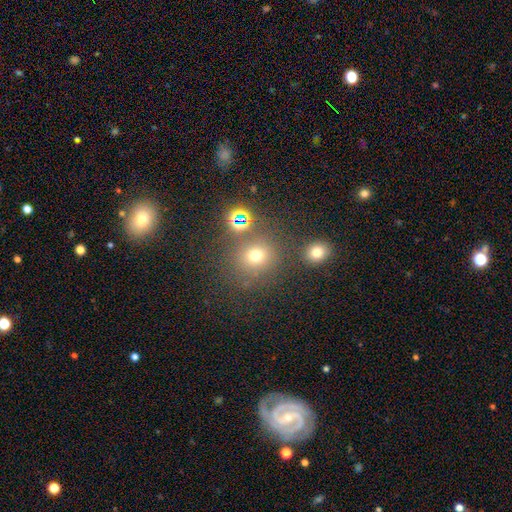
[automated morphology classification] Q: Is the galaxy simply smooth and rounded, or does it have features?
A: smooth — 68%.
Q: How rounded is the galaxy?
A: round — 87%.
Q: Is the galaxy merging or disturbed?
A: none — 76%.